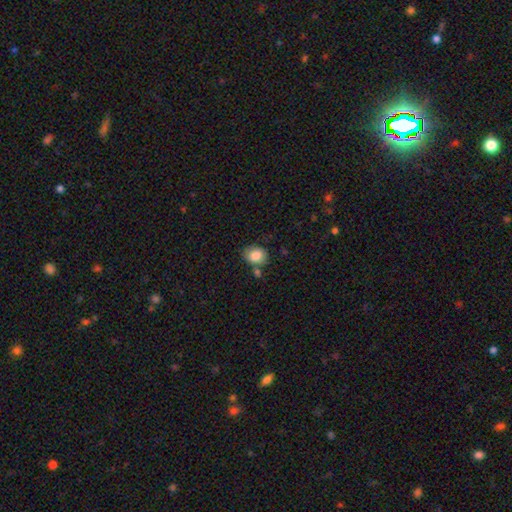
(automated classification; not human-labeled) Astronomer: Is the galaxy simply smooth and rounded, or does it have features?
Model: smooth — 85%.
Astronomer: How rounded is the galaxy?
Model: in between — 53% (runner-up: round, 46%).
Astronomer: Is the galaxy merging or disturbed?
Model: none — 67%.